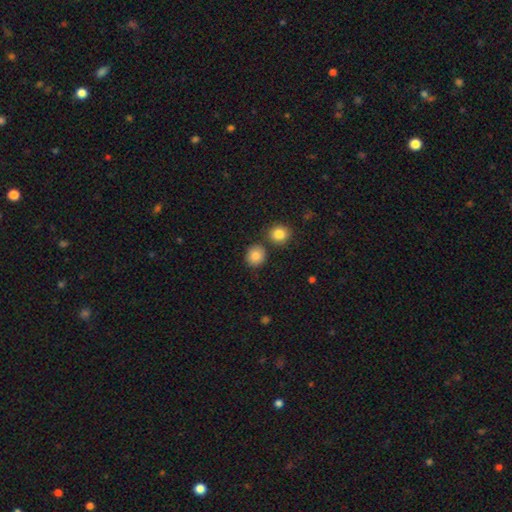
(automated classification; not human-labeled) smooth 86%, star or artifact 9%, featured or disk 5%. Down the decision tree: how rounded — round (82%); merging — none (80%).